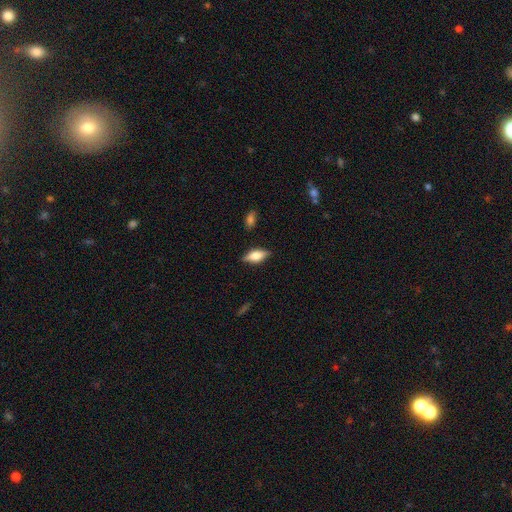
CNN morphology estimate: Smooth or featured? smooth (59%)
How rounded? in between (76%)
Merging? none (82%)